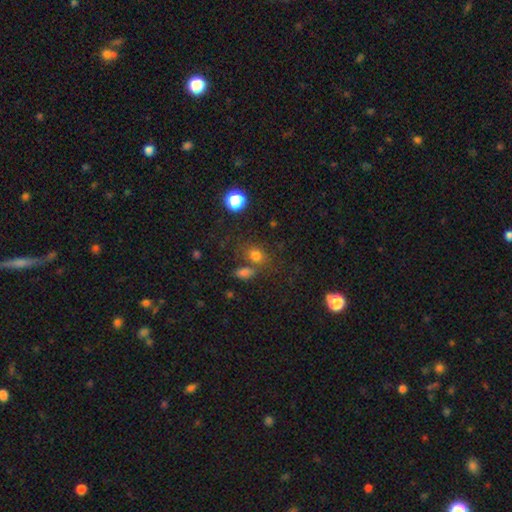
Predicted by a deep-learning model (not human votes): A smooth galaxy with no disk features (74%) that is in between round and cigar-shaped (56%).

Vote fractions:
- Smooth or featured? smooth: 74% / star or artifact: 17% / featured or disk: 8%
- How rounded? in between: 56% / round: 42% / cigar-shaped: 2%
- Merging? none: 58% / merger: 23% / minor disturbance: 13% / major disturbance: 6%